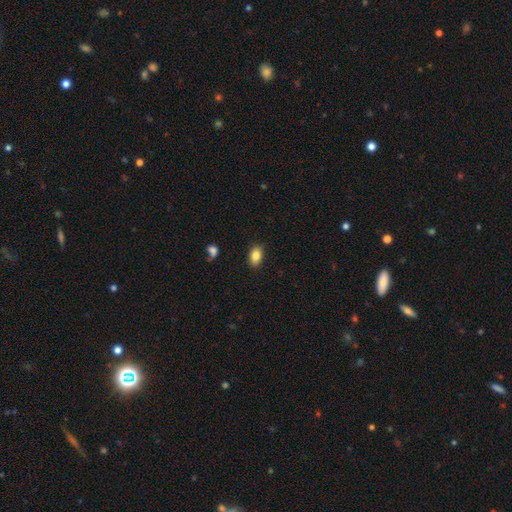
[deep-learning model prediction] Smooth or featured? smooth (85%)
How rounded? in between (88%)
Merging? none (87%)